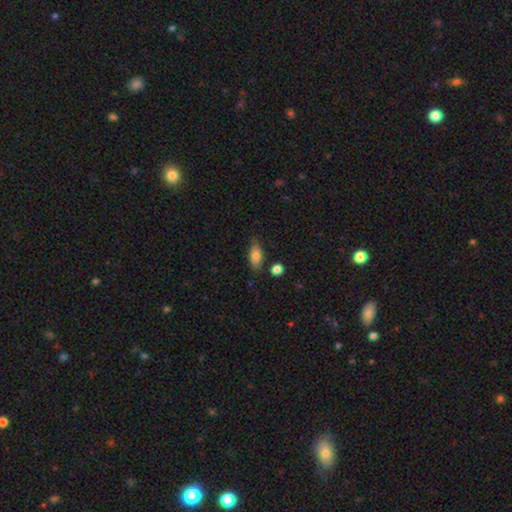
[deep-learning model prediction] Morphology: type=smooth (80%); roundness=in between (84%); merging=none (79%).